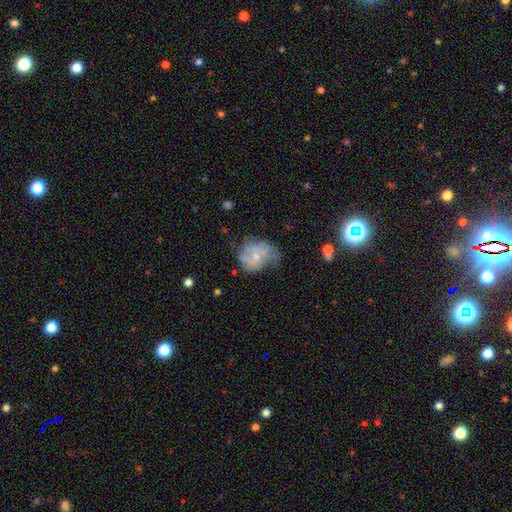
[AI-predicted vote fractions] Smooth or featured? featured or disk (50%)
Merging? none (40%)